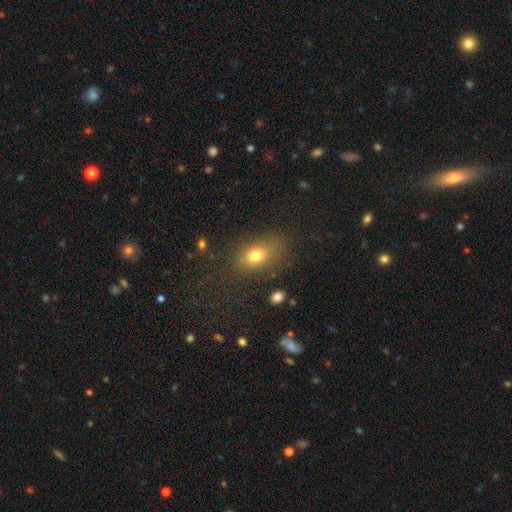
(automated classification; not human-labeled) Smooth or featured? Predicted: smooth (p=0.74). How rounded? Predicted: in between (p=0.73). Merging? Predicted: none (p=0.66).